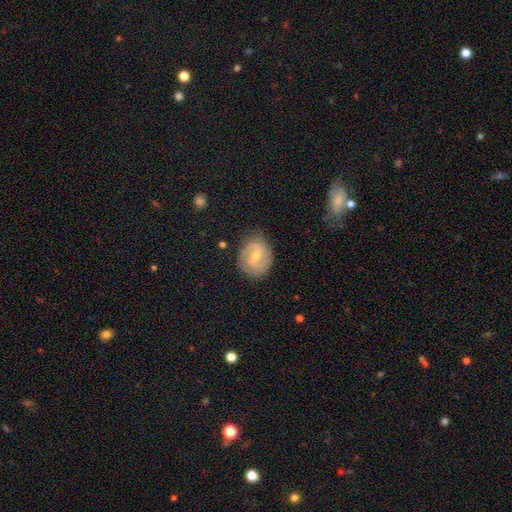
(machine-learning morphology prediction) type=featured or disk (69%); edge-on=no (97%); bar=weak (54%); spiral arms=yes (86%); winding=medium (46%); arm count=2 (79%); bulge=moderate (48%, tied with small); merging=none (76%).